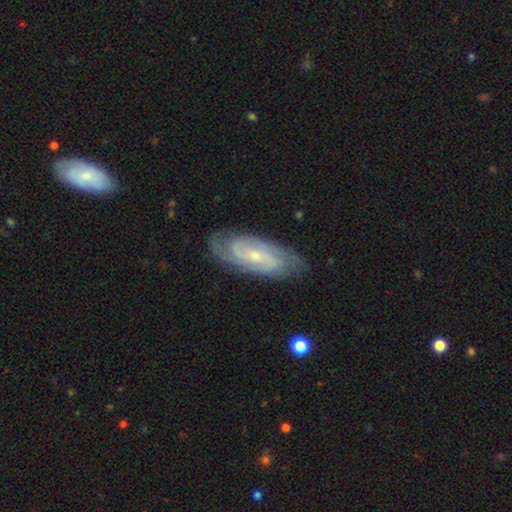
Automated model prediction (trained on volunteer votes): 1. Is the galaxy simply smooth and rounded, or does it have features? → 81% featured or disk, 13% smooth, 6% star or artifact.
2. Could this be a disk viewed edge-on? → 92% no, 8% yes.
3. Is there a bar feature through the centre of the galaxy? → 49% no, 39% weak, 12% strong.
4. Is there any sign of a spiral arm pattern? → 95% yes, 5% no.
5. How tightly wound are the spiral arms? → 52% tight, 38% medium, 10% loose.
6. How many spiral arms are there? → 54% 2, 22% can't tell, 13% 3, 4% 4, 3% 1, 3% more than 4.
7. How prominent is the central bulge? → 74% small, 21% moderate, 3% none, 1% large, 1% dominant.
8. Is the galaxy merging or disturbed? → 79% none, 16% minor disturbance, 4% major disturbance, 1% merger.